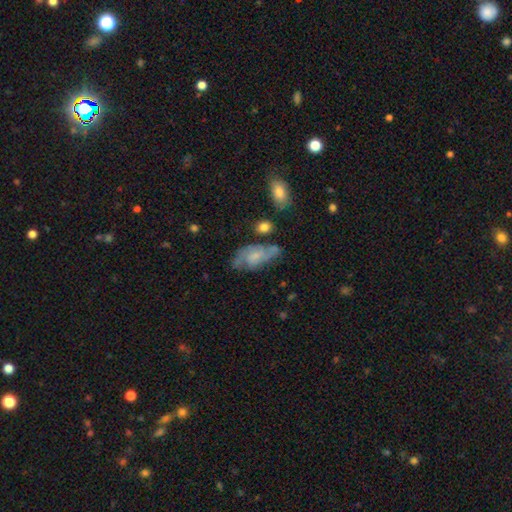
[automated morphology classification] Overall: featured or disk (56%; smooth 35%). Edge-on disk: no (92%). Bar: no (63%; weak 31%). Spiral arms: yes (78%). Bulge size: small (45%; moderate 26%). Merging: none (54%; minor disturbance 26%).